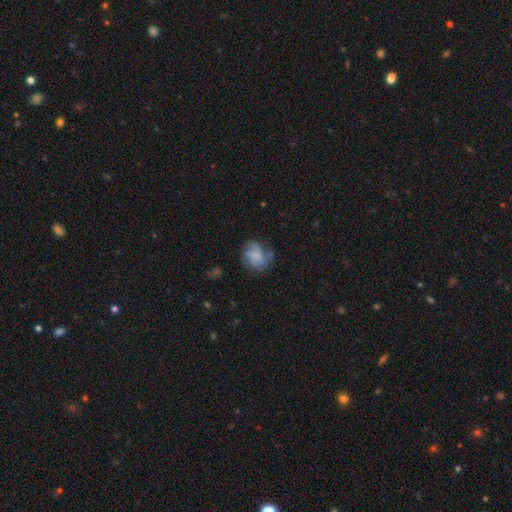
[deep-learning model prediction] Overall: featured or disk (48%; smooth 43%). Merging: none (55%; minor disturbance 25%).